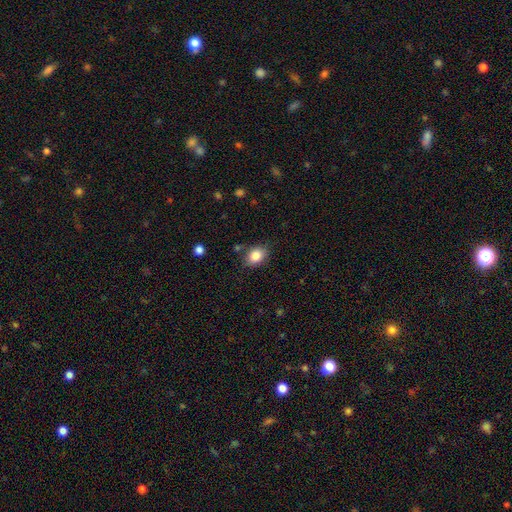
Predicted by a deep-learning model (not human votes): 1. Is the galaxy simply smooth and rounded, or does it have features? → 85% smooth, 9% star or artifact, 6% featured or disk.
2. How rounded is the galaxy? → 66% in between, 33% round, 1% cigar-shaped.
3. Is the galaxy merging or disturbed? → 80% none, 14% minor disturbance, 3% major disturbance, 3% merger.